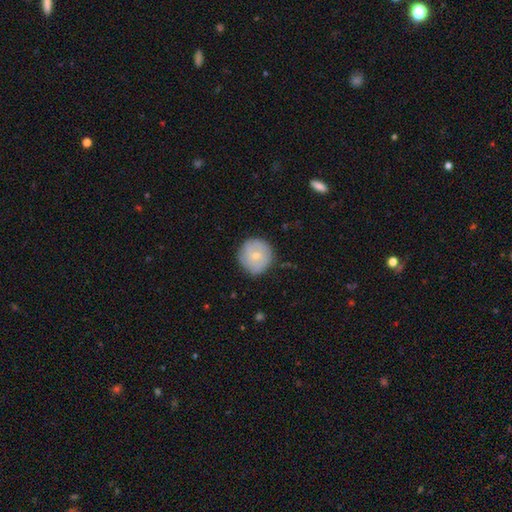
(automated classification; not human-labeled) Morphology: type=smooth (65%); roundness=round (94%); merging=none (82%).